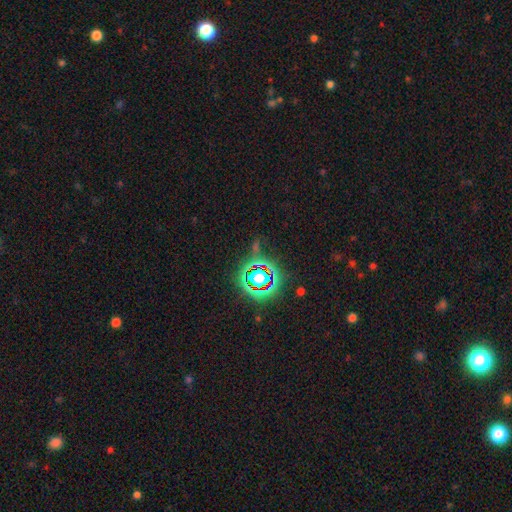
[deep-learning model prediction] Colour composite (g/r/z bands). It shows a star or artifact, not a galaxy (79%).